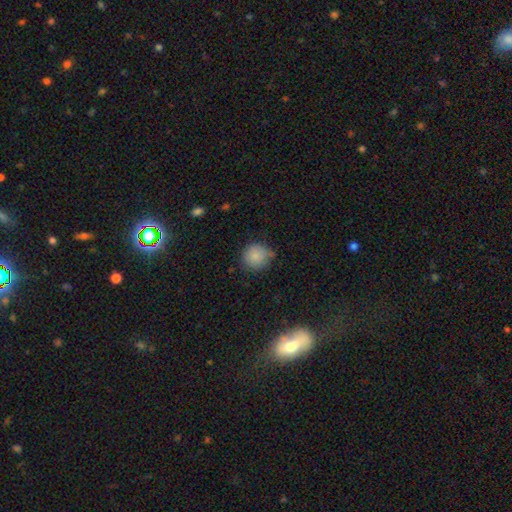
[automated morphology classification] smooth 85%, star or artifact 9%, featured or disk 6%. Down the decision tree: how rounded — round (89%); merging — none (67%).